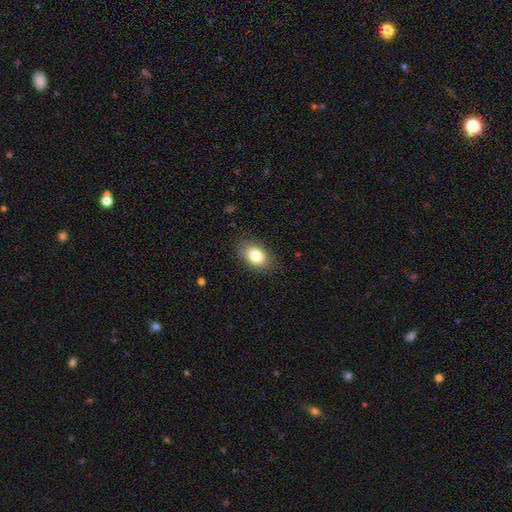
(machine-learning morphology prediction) Q: Smooth or featured?
A: smooth (81%); runner-up: featured or disk (11%)
Q: How rounded?
A: in between (85%); runner-up: round (14%)
Q: Merging?
A: none (83%); runner-up: minor disturbance (12%)